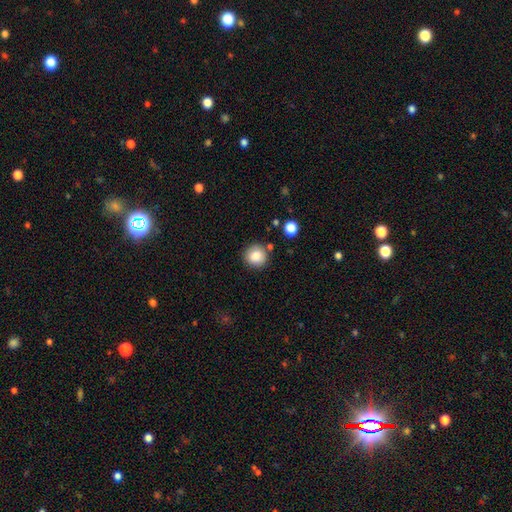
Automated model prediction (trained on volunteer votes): smooth 85%, star or artifact 9%, featured or disk 6%. Down the decision tree: how rounded — round (92%); merging — none (84%).